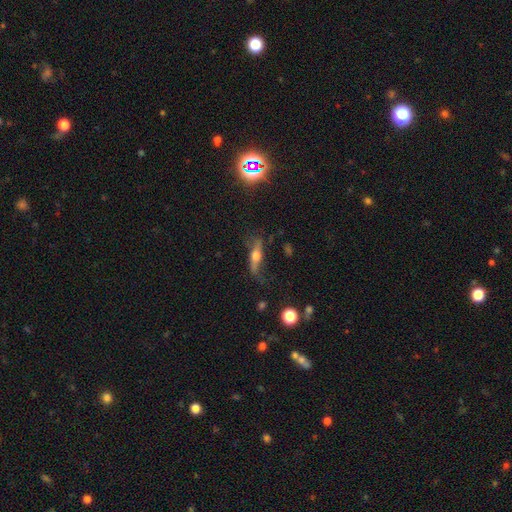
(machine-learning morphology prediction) Smooth or featured: featured or disk — 55% (smooth — 36%)
Edge-on disk: yes — 73% (no — 27%)
Merging: none — 60% (minor disturbance — 24%)